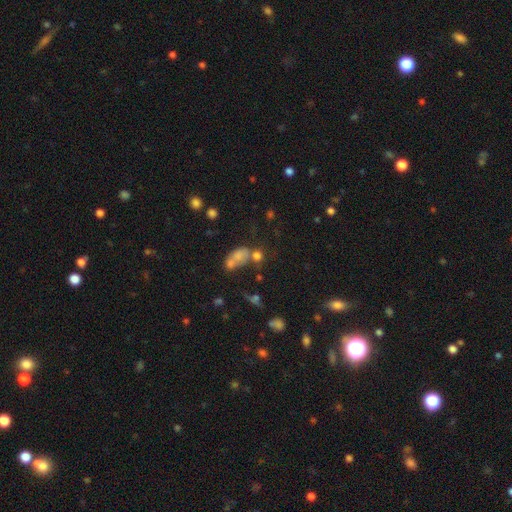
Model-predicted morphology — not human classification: Smooth or featured?
  - smooth: 54% *
  - star or artifact: 28%
  - featured or disk: 18%
How rounded?
  - in between: 61% *
  - round: 31%
  - cigar-shaped: 7%
Merging?
  - merger: 40% *
  - none: 37%
  - minor disturbance: 13%
  - major disturbance: 11%